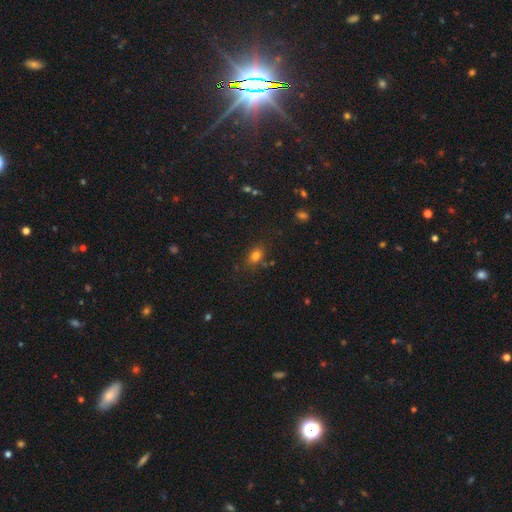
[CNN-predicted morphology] A smooth galaxy with no disk features (78%) that is in between round and cigar-shaped (68%). Merging: none (75%).